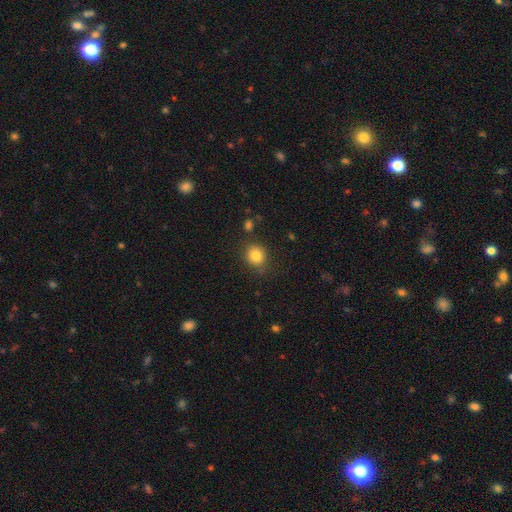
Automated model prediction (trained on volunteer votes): Q: Smooth or featured?
A: smooth (83%); runner-up: star or artifact (11%)
Q: How rounded?
A: round (79%); runner-up: in between (20%)
Q: Merging?
A: none (81%); runner-up: minor disturbance (12%)